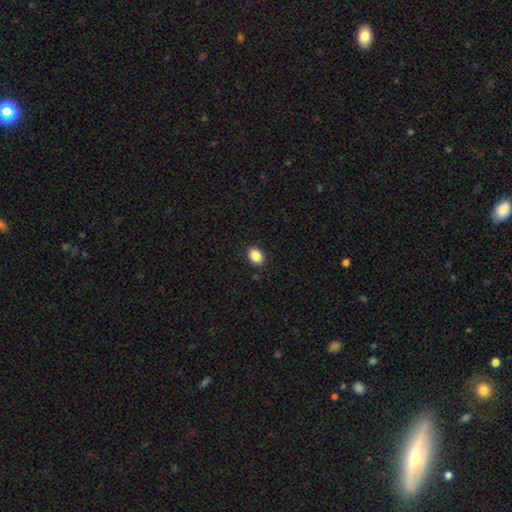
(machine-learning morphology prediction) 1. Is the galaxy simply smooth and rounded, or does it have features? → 87% smooth, 9% star or artifact, 4% featured or disk.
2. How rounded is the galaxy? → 64% in between, 35% round, 1% cigar-shaped.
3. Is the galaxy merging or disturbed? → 90% none, 7% minor disturbance, 2% major disturbance, 1% merger.